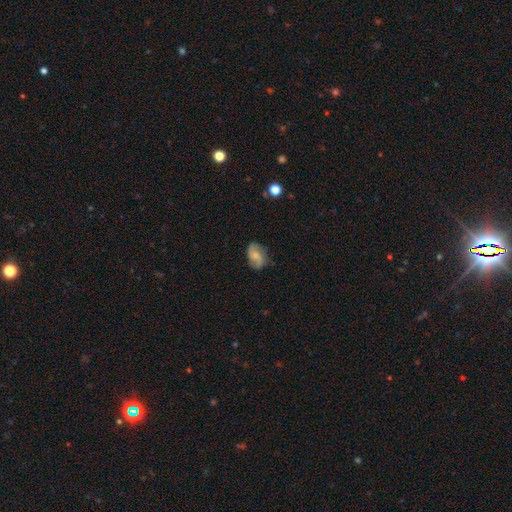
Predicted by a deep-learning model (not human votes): This is possibly a featured or disk galaxy (54%). It is clearly not viewed edge-on (97%). Bar: possibly no (57%). Spiral arm pattern: clearly yes (89%). Central bulge: possibly small (50%). Merging: likely none (71%).